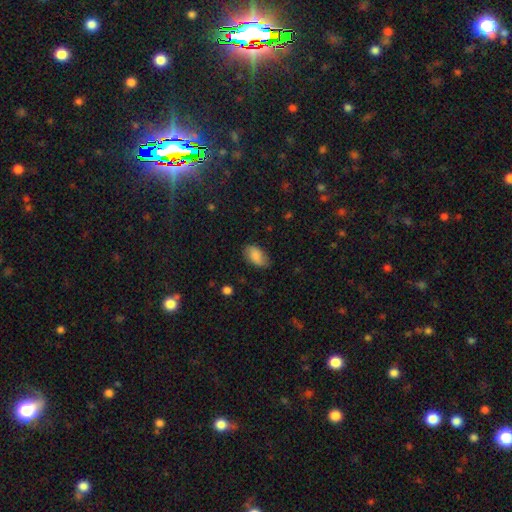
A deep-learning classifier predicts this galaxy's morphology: type=smooth (84%); roundness=in between (93%); merging=none (79%).